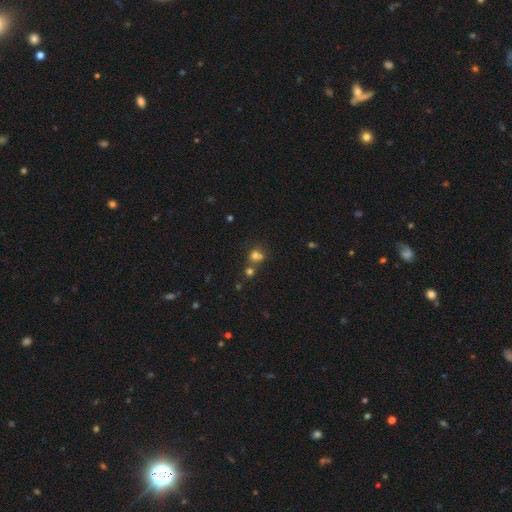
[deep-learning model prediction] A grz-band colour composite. It shows a smooth galaxy with no disk features (69%) that is round (76%). Merging: none (43%).